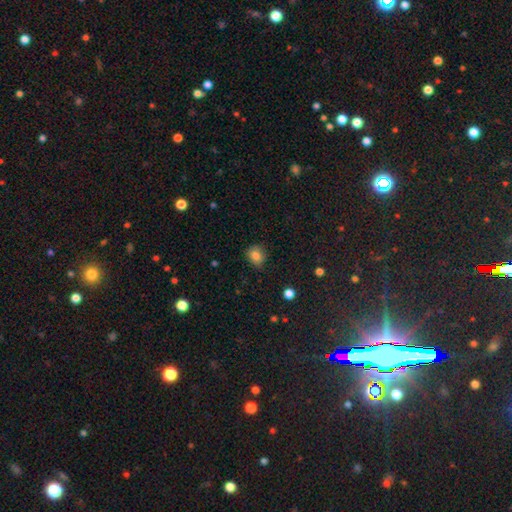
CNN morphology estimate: This is clearly a smooth galaxy (81%). How rounded: likely round (70%). Merging: likely none (79%).